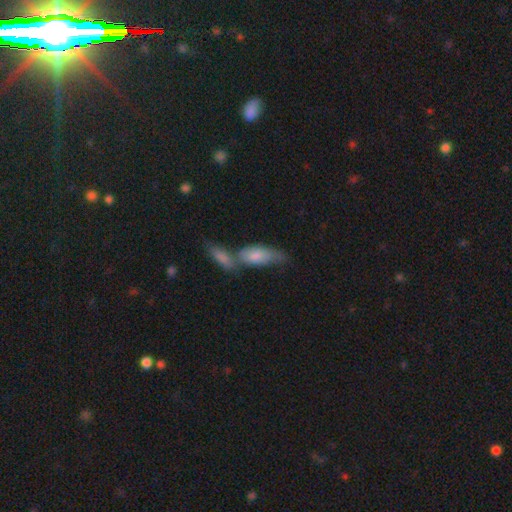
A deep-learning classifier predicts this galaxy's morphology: This appears to be a smooth galaxy with no disk features (66%) that is in between round and cigar-shaped (70%). Merging: merger (50%).